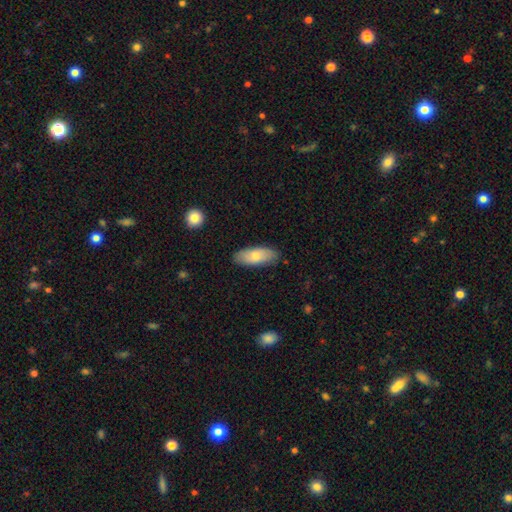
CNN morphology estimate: smooth-or-featured: smooth: 70% | featured or disk: 23% | star or artifact: 6%
  how-rounded: in between: 78% | cigar-shaped: 19% | round: 2%
  merging: none: 87% | minor disturbance: 10% | major disturbance: 2% | merger: 1%